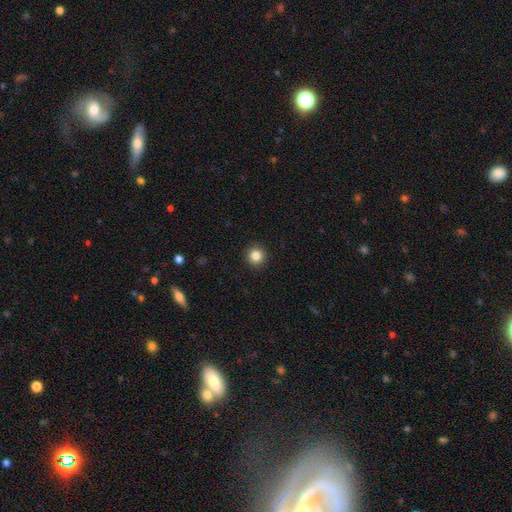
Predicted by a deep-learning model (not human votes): Smooth or featured? Predicted: smooth (p=0.84). How rounded? Predicted: round (p=0.95). Merging? Predicted: none (p=0.93).